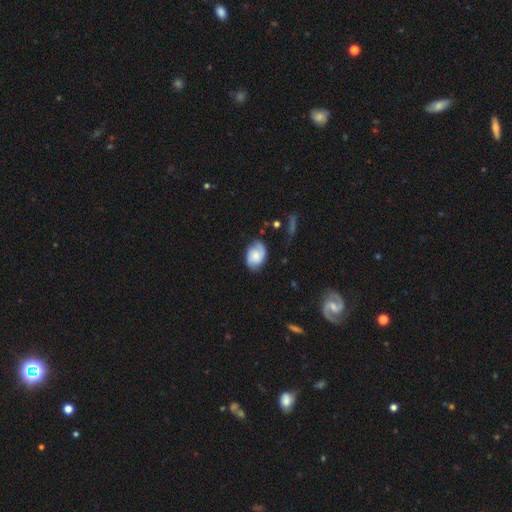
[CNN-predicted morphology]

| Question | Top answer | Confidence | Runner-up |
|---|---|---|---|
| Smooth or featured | featured or disk | 53% | smooth (39%) |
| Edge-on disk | no | 97% | yes (3%) |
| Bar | no | 63% | weak (32%) |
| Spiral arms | yes | 90% | no (10%) |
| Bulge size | moderate | 38% | small (36%) |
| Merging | none | 71% | minor disturbance (21%) |